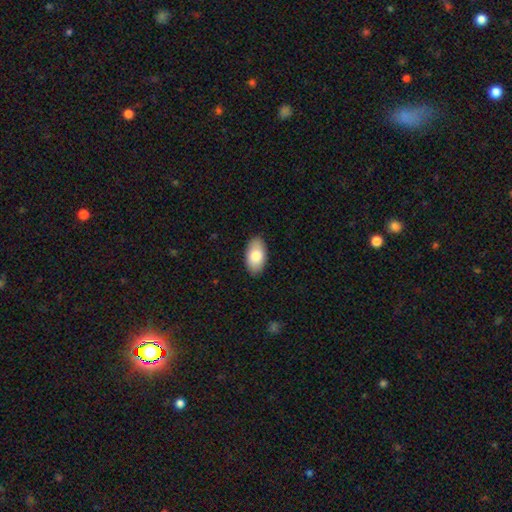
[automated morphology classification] type=smooth (81%); roundness=in between (95%); merging=none (88%).